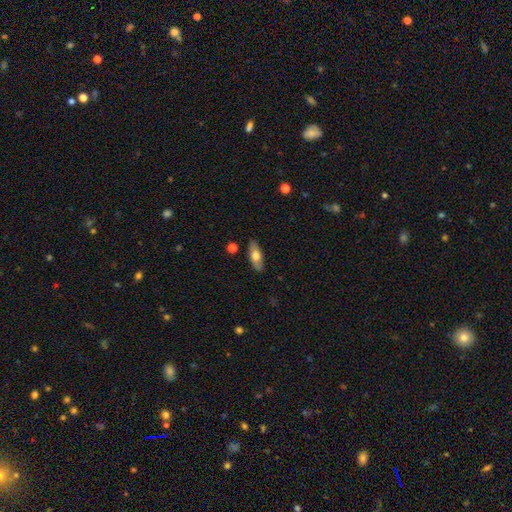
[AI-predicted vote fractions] Smooth or featured? Predicted: smooth (p=0.62). How rounded? Predicted: in between (p=0.73). Merging? Predicted: none (p=0.86).